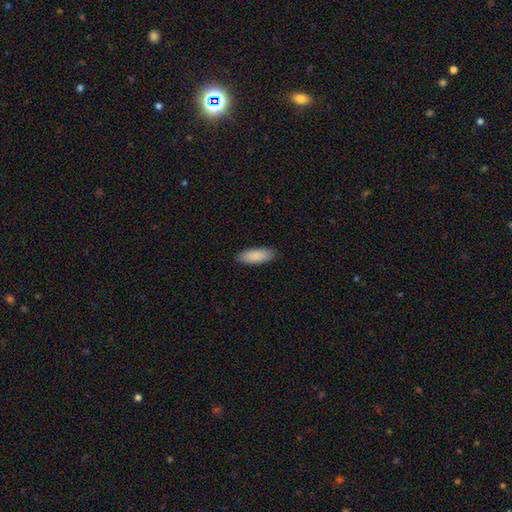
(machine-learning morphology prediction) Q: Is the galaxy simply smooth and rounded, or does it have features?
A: smooth — 89%.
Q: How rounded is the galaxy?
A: in between — 74%.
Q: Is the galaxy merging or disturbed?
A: none — 88%.